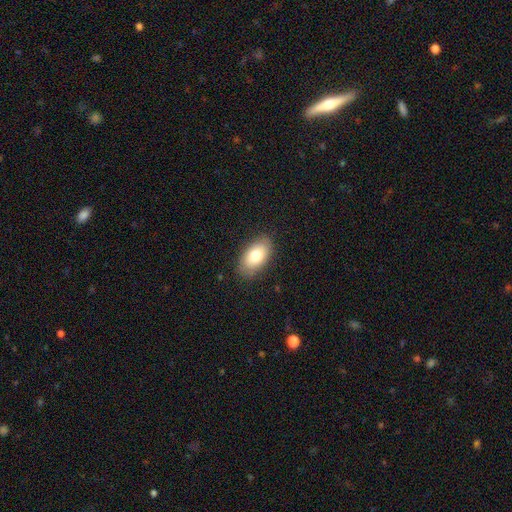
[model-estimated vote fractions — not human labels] A smooth galaxy with no disk features (78%) that is in between round and cigar-shaped (93%).

Vote fractions:
- Smooth or featured? smooth: 78% / featured or disk: 16% / star or artifact: 7%
- How rounded? in between: 93% / round: 5% / cigar-shaped: 2%
- Merging? none: 84% / minor disturbance: 12% / major disturbance: 3% / merger: 1%